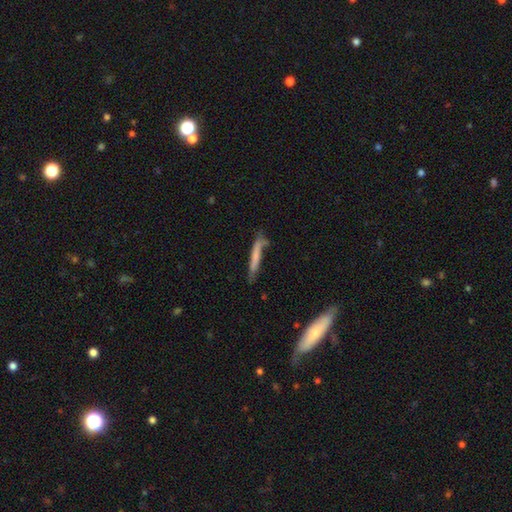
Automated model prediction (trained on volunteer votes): A smooth galaxy with no disk features (63%) that is cigar-shaped (94%). Merging: none (62%).